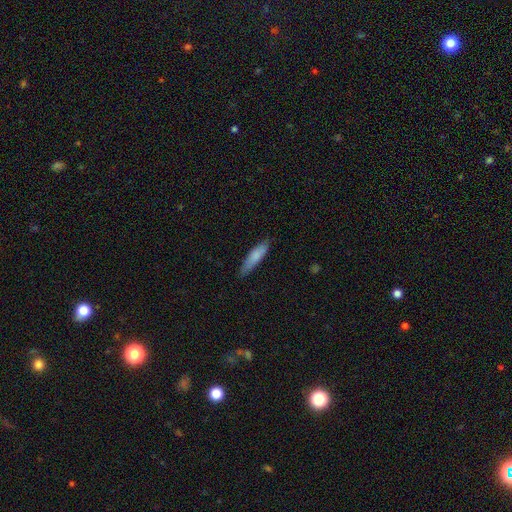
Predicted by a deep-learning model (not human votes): Morphology: type=smooth (78%); roundness=cigar-shaped (75%); merging=none (79%).